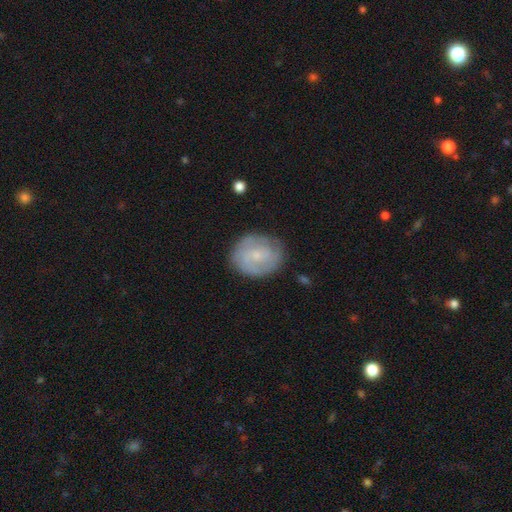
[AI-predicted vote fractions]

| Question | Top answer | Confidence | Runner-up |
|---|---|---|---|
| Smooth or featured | featured or disk | 51% | smooth (42%) |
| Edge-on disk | no | 97% | yes (3%) |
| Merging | none | 76% | minor disturbance (17%) |